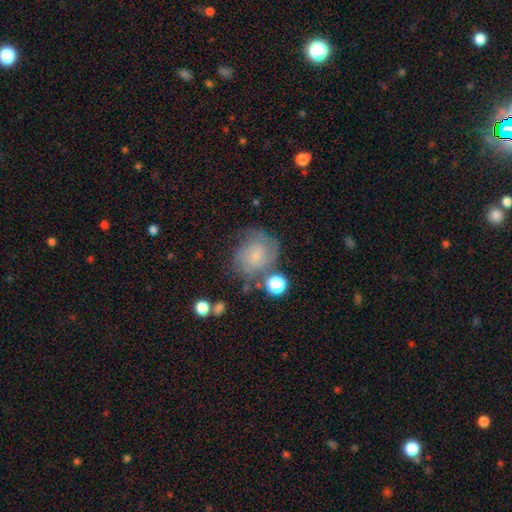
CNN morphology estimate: This is possibly a featured or disk galaxy (56%). It is clearly not viewed edge-on (98%). Bar: likely no (66%). Spiral arm pattern: clearly yes (85%). Central bulge: likely small (64%). Merging: possibly none (58%).